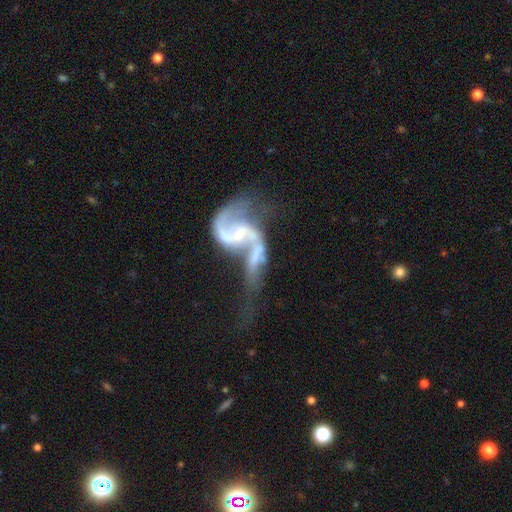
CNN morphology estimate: smooth_or_featured: featured or disk (p=0.85) [alt: smooth p=0.09]
disk_edge_on: no (p=0.97) [alt: yes p=0.03]
bar: weak (p=0.43) [alt: no p=0.34]
has_spiral_arms: yes (p=0.90) [alt: no p=0.10]
spiral_winding: loose (p=0.77) [alt: medium p=0.19]
spiral_arm_count: 2 (p=0.88) [alt: 1 p=0.05]
bulge_size: small (p=0.42) [alt: none p=0.33]
merging: none (p=0.31) [alt: merger p=0.29]